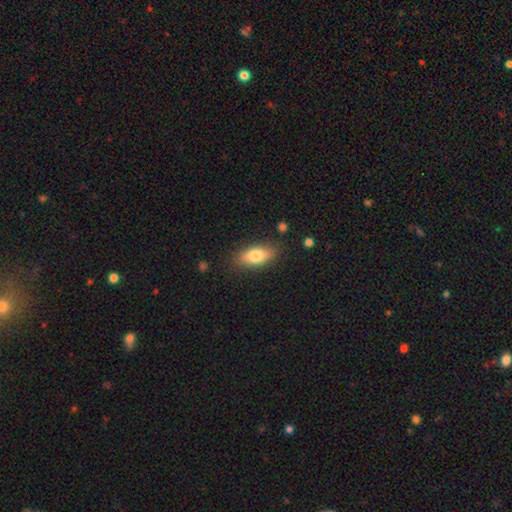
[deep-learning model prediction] A smooth galaxy with no disk features (75%) that is in between round and cigar-shaped (80%).

Vote fractions:
- Smooth or featured? smooth: 75% / featured or disk: 18% / star or artifact: 7%
- How rounded? in between: 80% / cigar-shaped: 16% / round: 4%
- Merging? none: 83% / minor disturbance: 12% / major disturbance: 3% / merger: 2%